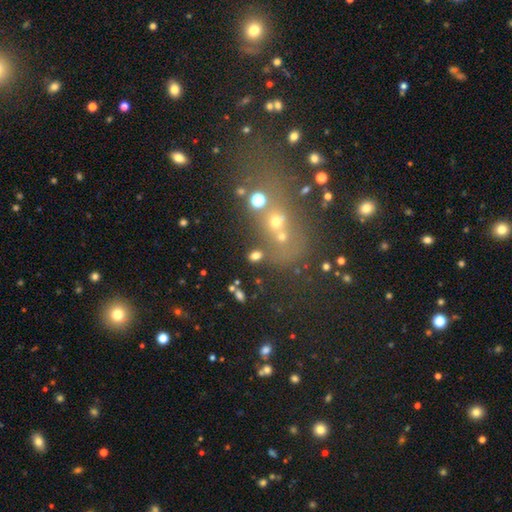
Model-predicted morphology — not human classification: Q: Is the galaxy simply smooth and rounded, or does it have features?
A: smooth — 66%.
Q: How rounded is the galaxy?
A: in between — 65%.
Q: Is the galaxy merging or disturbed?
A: none — 64%.